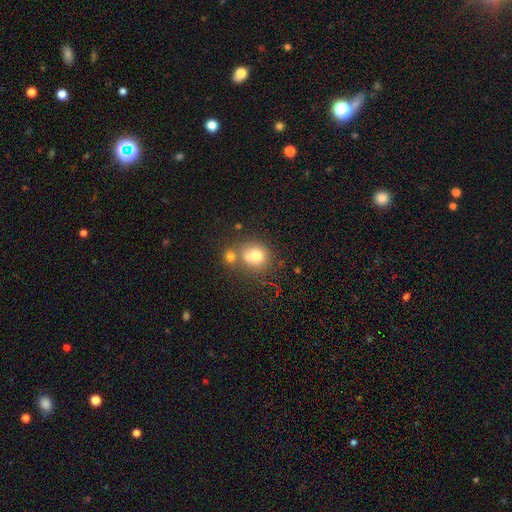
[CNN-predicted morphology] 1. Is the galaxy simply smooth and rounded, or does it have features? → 71% smooth, 17% featured or disk, 12% star or artifact.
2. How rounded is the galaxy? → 79% round, 20% in between, 1% cigar-shaped.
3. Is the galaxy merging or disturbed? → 43% none, 42% merger, 10% minor disturbance, 4% major disturbance.